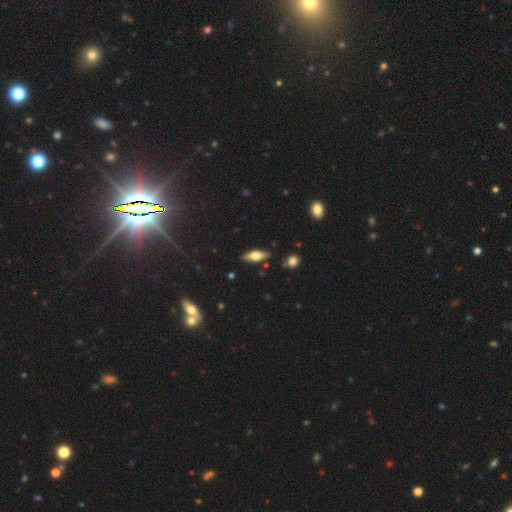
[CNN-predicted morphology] This is possibly a smooth galaxy (53%). How rounded: possibly in between (58%). Merging: clearly none (84%).